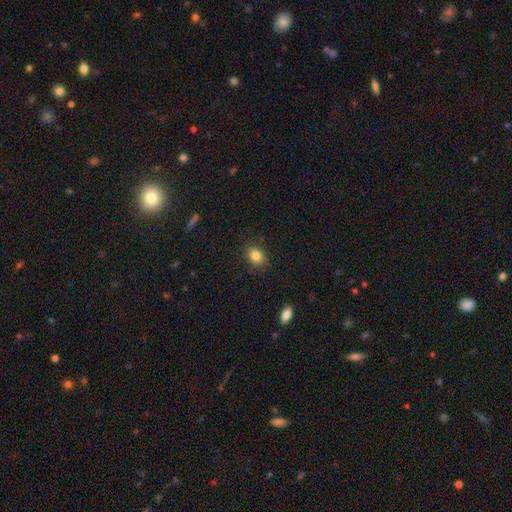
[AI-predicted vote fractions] Smooth or featured?
  - smooth: 85% *
  - star or artifact: 10%
  - featured or disk: 5%
How rounded?
  - in between: 57% *
  - round: 42%
  - cigar-shaped: 1%
Merging?
  - none: 88% *
  - minor disturbance: 9%
  - major disturbance: 2%
  - merger: 1%